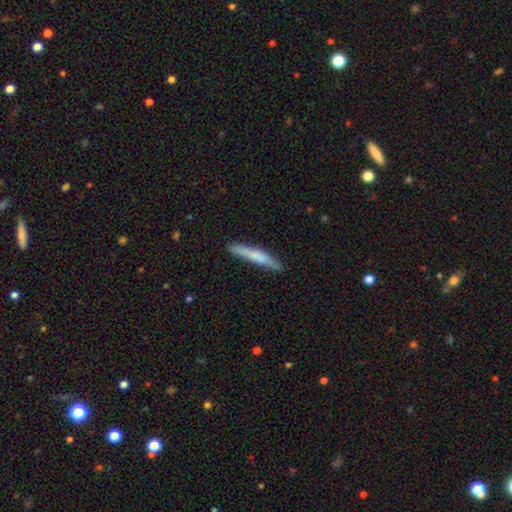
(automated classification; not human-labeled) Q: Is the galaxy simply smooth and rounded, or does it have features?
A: smooth — 64%.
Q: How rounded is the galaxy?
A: cigar-shaped — 94%.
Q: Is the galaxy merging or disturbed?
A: none — 82%.